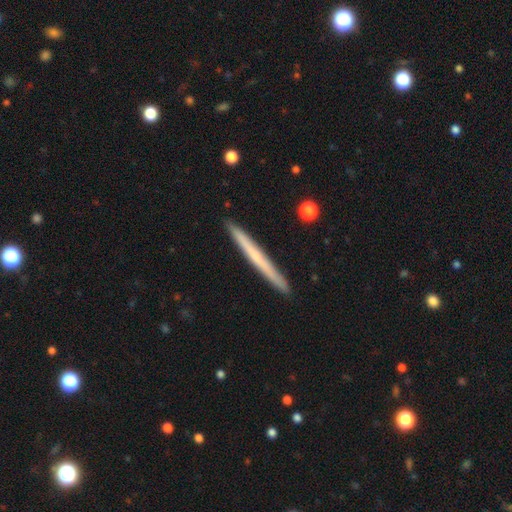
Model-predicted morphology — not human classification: This appears to be a smooth galaxy with no disk features (48%). Merging: none (92%).